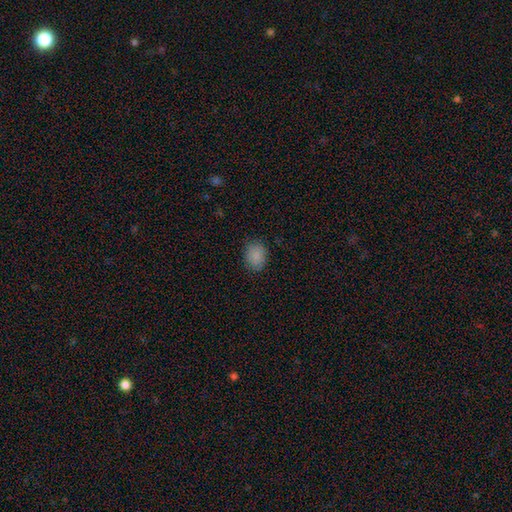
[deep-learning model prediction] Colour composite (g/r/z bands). It shows a smooth galaxy with no disk features (86%) that is in between round and cigar-shaped (56%). Merging: none (84%).